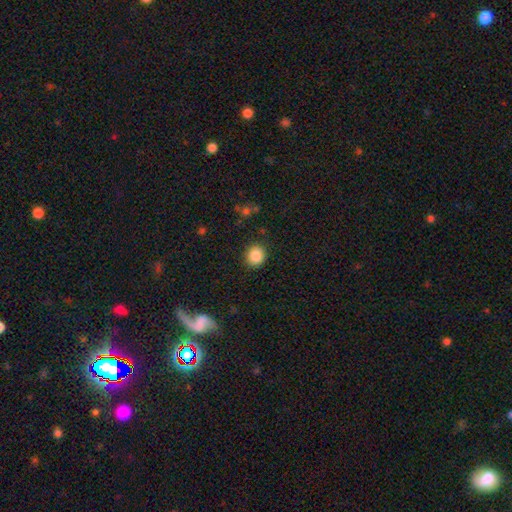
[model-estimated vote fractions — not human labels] Smooth or featured? smooth (86%)
How rounded? round (83%)
Merging? none (89%)